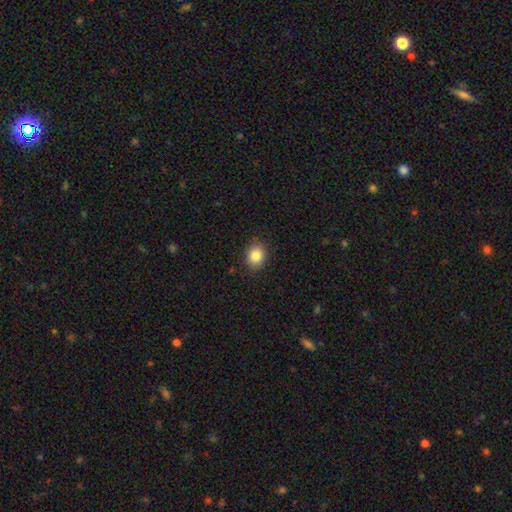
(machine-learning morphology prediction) smooth 84%, star or artifact 10%, featured or disk 6%. Down the decision tree: how rounded — round (57%); merging — none (86%).